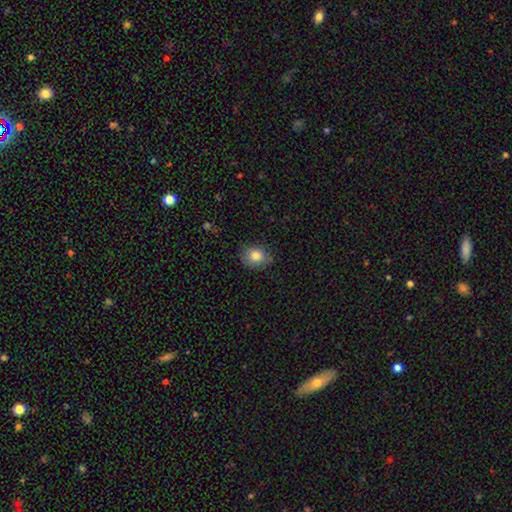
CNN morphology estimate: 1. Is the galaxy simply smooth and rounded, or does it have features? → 82% smooth, 9% star or artifact, 8% featured or disk.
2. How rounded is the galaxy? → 54% round, 45% in between, 1% cigar-shaped.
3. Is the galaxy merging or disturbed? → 81% none, 15% minor disturbance, 3% major disturbance, 1% merger.